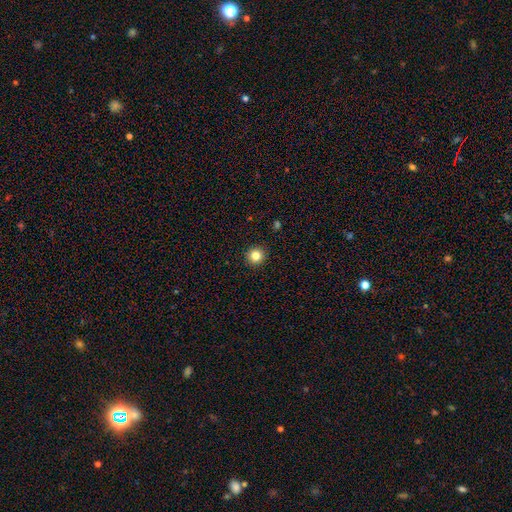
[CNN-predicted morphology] This appears to be a smooth galaxy with no disk features (83%) that is round (94%). Merging: none (93%).